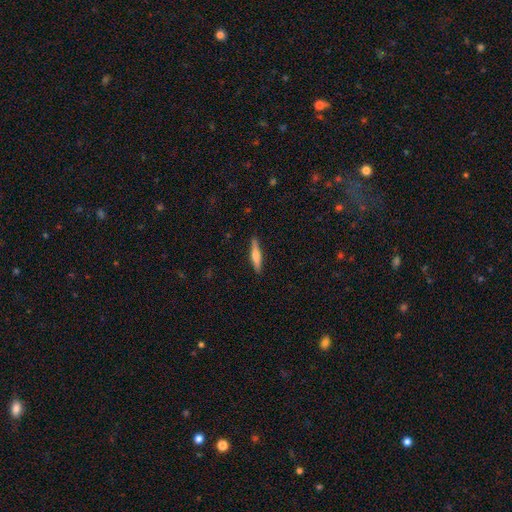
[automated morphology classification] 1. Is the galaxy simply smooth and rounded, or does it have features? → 54% smooth, 41% featured or disk, 6% star or artifact.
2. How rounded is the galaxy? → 87% cigar-shaped, 12% in between, 2% round.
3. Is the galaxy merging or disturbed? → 88% none, 9% minor disturbance, 2% major disturbance, 1% merger.